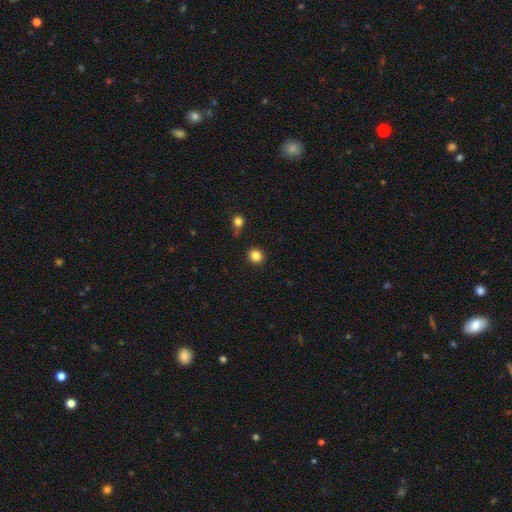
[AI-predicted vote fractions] Smooth or featured?
  - smooth: 84% *
  - star or artifact: 12%
  - featured or disk: 4%
How rounded?
  - round: 86% *
  - in between: 13%
  - cigar-shaped: 1%
Merging?
  - none: 89% *
  - minor disturbance: 7%
  - merger: 3%
  - major disturbance: 2%